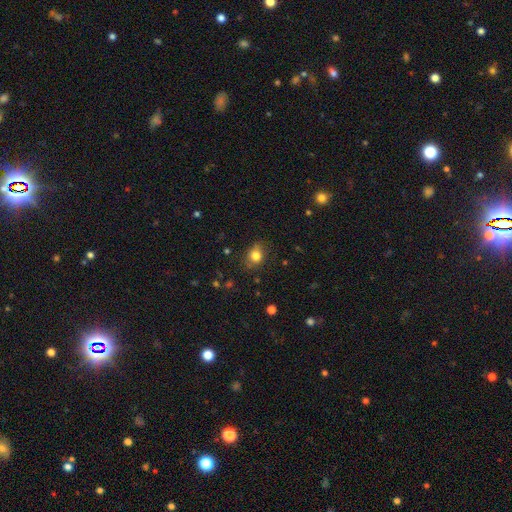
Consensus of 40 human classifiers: Smooth or featured? smooth (82%)
How rounded? round (76%)
Merging? none (61%)